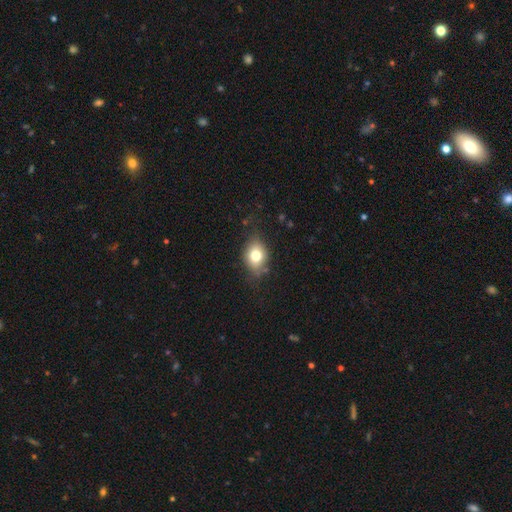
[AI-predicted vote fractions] smooth 75%, featured or disk 15%, star or artifact 10%. Down the decision tree: how rounded — in between (57%); merging — none (72%).